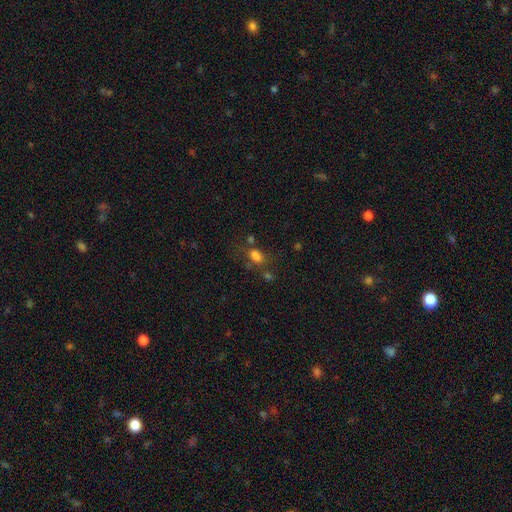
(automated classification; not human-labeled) smooth_or_featured: smooth (p=0.74) [alt: star or artifact p=0.17]
how_rounded: in between (p=0.76) [alt: round p=0.21]
merging: none (p=0.52) [alt: minor disturbance p=0.18]